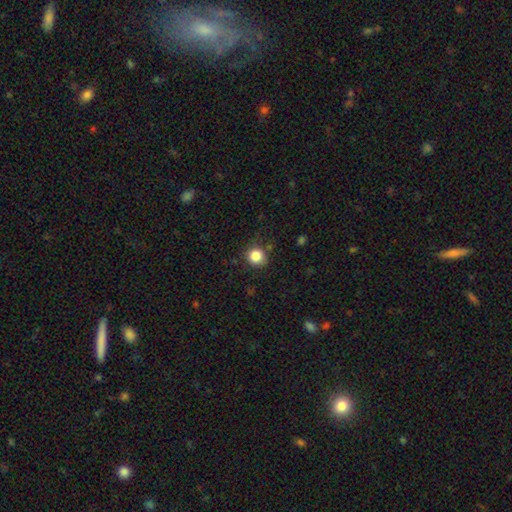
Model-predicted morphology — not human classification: A smooth galaxy with no disk features (85%) that is round (90%). Merging: none (83%).